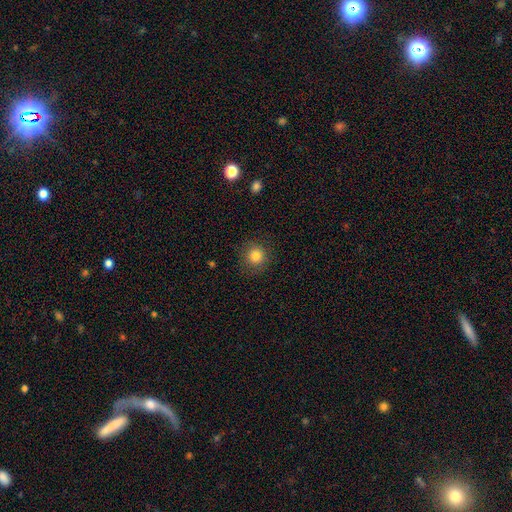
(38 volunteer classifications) Smooth or featured?
  - smooth: 89% *
  - star or artifact: 8%
  - featured or disk: 3%
How rounded?
  - round: 88% *
  - in between: 12%
  - cigar-shaped: 0%
Merging?
  - none: 80% *
  - minor disturbance: 11%
  - major disturbance: 9%
  - merger: 0%